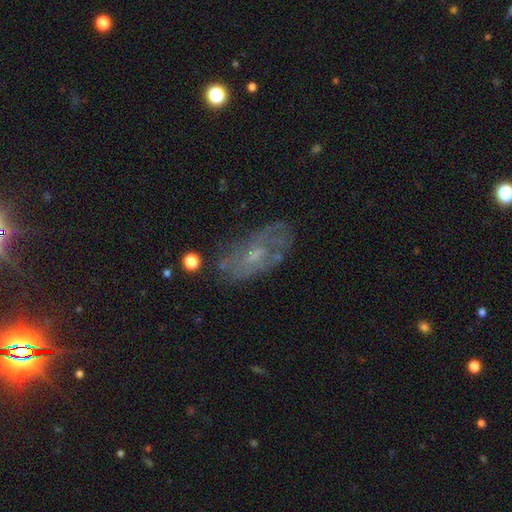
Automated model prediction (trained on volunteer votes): Smooth or featured? featured or disk (56%)
Edge-on disk? no (89%)
Merging? none (70%)